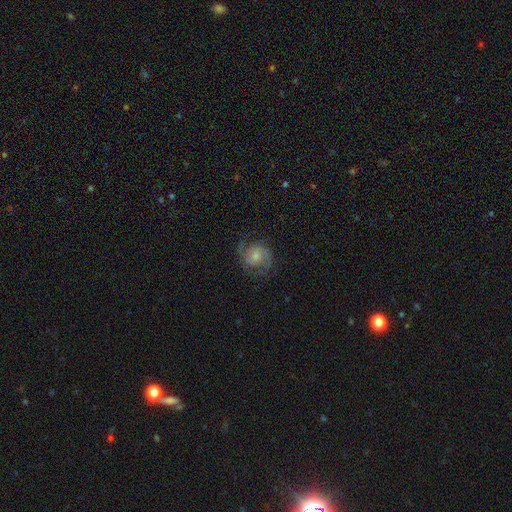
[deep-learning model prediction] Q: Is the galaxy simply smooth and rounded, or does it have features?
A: featured or disk — 81%.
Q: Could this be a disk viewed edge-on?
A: no — 98%.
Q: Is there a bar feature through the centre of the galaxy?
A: no — 67%.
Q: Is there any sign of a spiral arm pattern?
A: yes — 96%.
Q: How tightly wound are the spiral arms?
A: medium — 54%.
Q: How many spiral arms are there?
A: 2 — 84%.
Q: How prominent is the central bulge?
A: small — 57%.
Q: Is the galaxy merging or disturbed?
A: none — 75%.